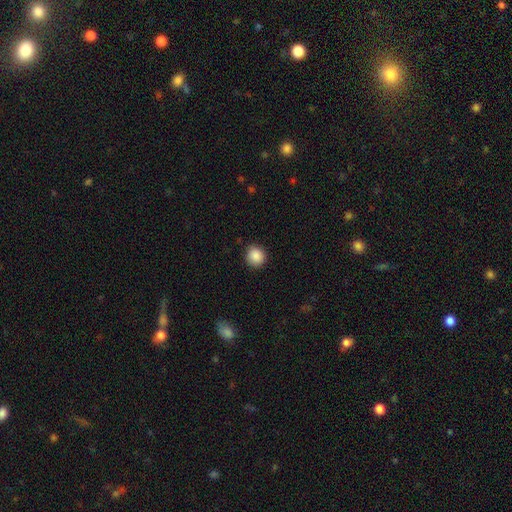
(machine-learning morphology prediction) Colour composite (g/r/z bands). It shows a smooth galaxy with no disk features (88%) that is round (89%). Merging: none (89%).